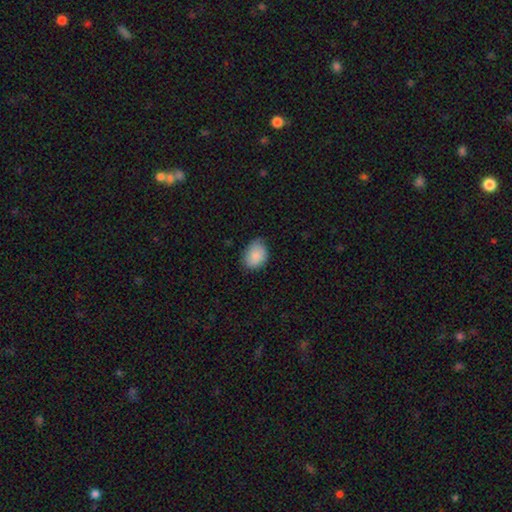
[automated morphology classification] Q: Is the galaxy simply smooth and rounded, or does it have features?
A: smooth — 85%.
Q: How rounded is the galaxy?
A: in between — 61%.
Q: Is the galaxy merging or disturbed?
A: none — 63%.